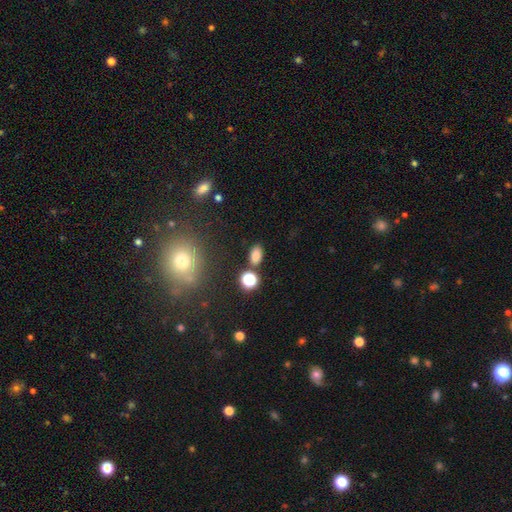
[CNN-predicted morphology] smooth 77%, star or artifact 16%, featured or disk 7%. Down the decision tree: how rounded — in between (83%); merging — none (80%).